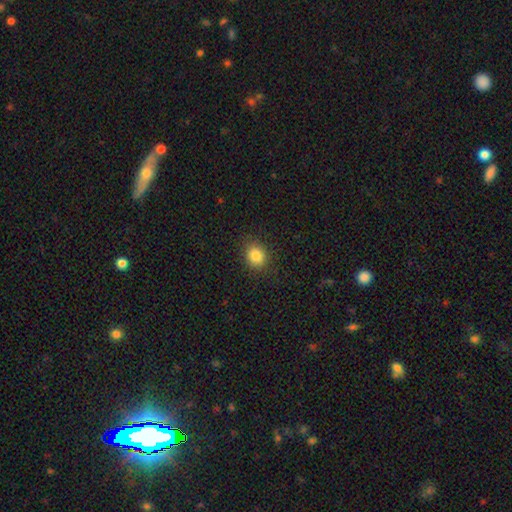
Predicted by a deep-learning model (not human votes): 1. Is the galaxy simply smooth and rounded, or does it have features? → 84% smooth, 11% star or artifact, 5% featured or disk.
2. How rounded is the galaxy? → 65% round, 34% in between, 1% cigar-shaped.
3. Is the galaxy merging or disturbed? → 87% none, 9% minor disturbance, 3% major disturbance, 1% merger.